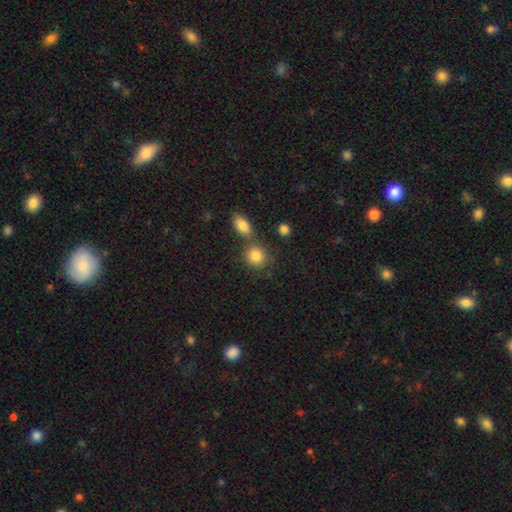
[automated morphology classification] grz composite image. It shows a smooth galaxy with no disk features (85%) that is round (76%). Merging: none (61%).